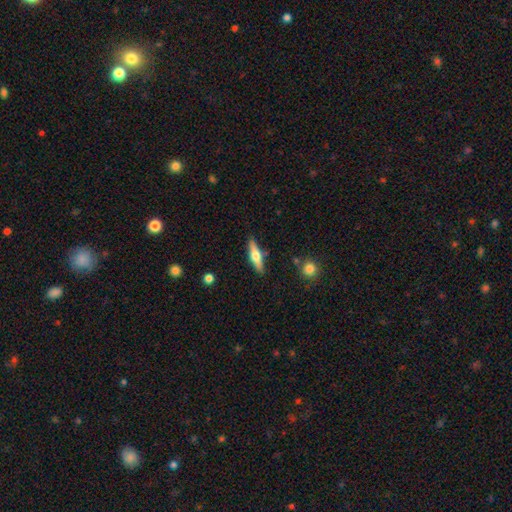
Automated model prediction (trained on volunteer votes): Smooth or featured? Predicted: featured or disk (p=0.52). Edge-on disk? Predicted: yes (p=0.94). Merging? Predicted: none (p=0.86).